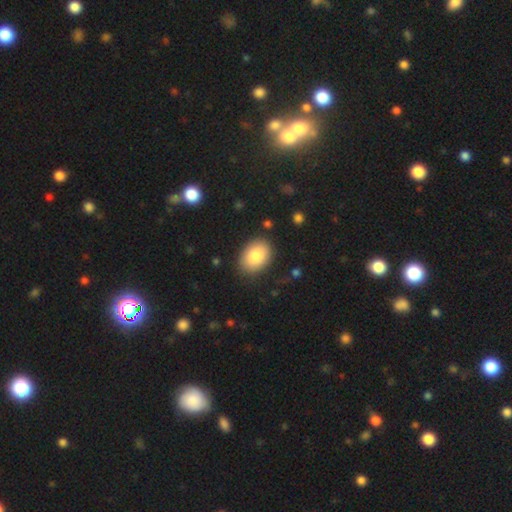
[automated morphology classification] This appears to be a smooth galaxy with no disk features (84%) that is in between round and cigar-shaped (78%). Merging: none (84%).